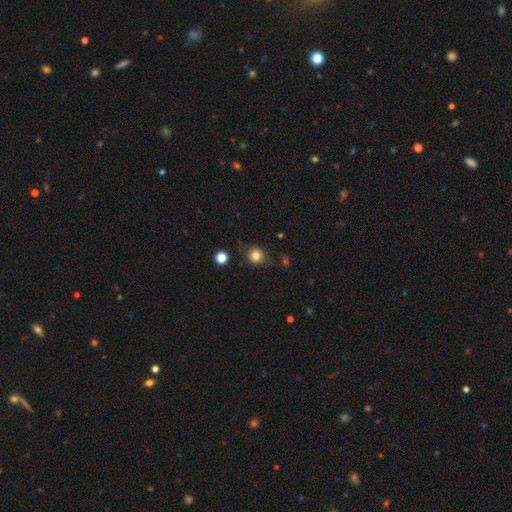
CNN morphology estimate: Smooth or featured?
  - smooth: 82% *
  - star or artifact: 12%
  - featured or disk: 6%
How rounded?
  - round: 86% *
  - in between: 13%
  - cigar-shaped: 1%
Merging?
  - none: 78% *
  - minor disturbance: 15%
  - major disturbance: 4%
  - merger: 3%